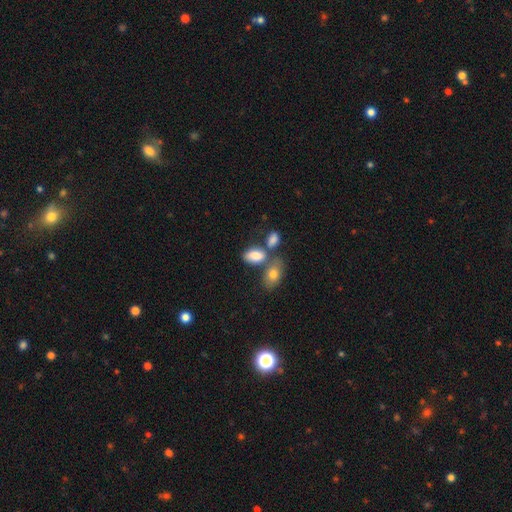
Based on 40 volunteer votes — A smooth galaxy with no disk features (72%) that is in between round and cigar-shaped (97%). Merging: none (65%).